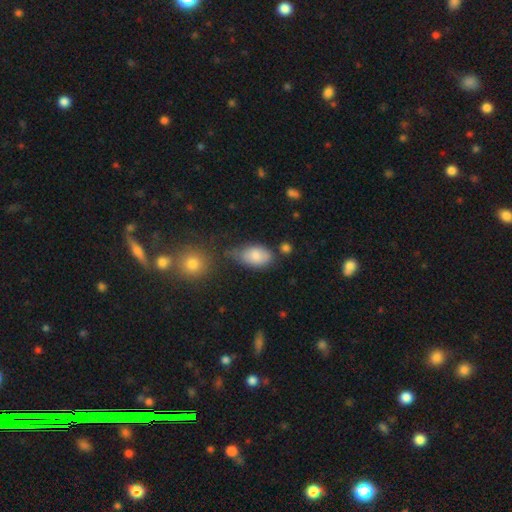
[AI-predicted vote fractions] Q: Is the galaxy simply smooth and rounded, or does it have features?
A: smooth — 82%.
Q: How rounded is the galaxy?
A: in between — 91%.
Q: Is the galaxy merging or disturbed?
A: none — 46%.